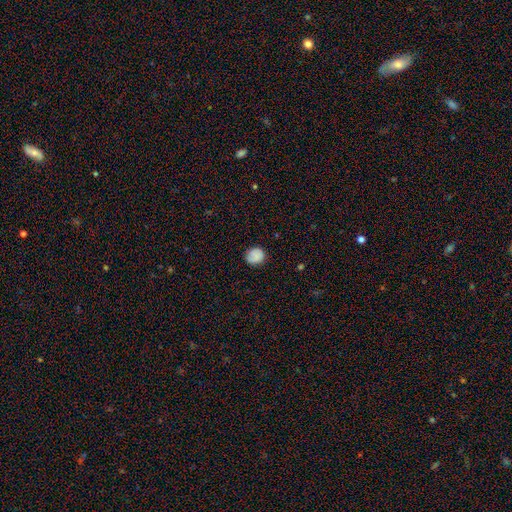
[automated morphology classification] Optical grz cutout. It shows a smooth galaxy with no disk features (83%) that is round (81%). Merging: none (82%).